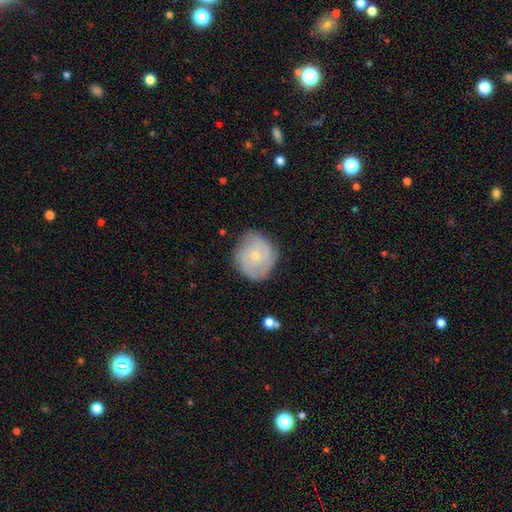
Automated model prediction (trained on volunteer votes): The model was most divided on "smooth or featured": featured or disk: 53%, smooth: 40%, star or artifact: 7%. More confident: edge-on disk — no (97%); bar — no (82%); merging — none (73%); spiral arms — yes (72%); bulge size — small (70%).